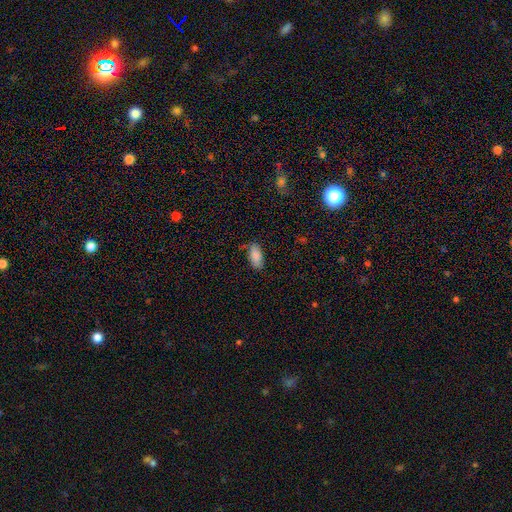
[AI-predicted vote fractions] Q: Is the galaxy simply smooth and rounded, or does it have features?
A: smooth — 87%.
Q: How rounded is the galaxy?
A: in between — 90%.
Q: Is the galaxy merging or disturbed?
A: none — 74%.